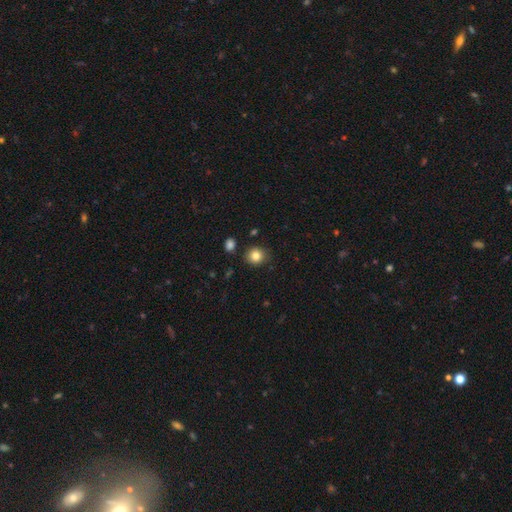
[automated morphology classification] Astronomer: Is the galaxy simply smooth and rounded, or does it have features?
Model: smooth — 83%.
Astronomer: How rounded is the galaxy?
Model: round — 84%.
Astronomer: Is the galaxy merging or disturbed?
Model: none — 85%.